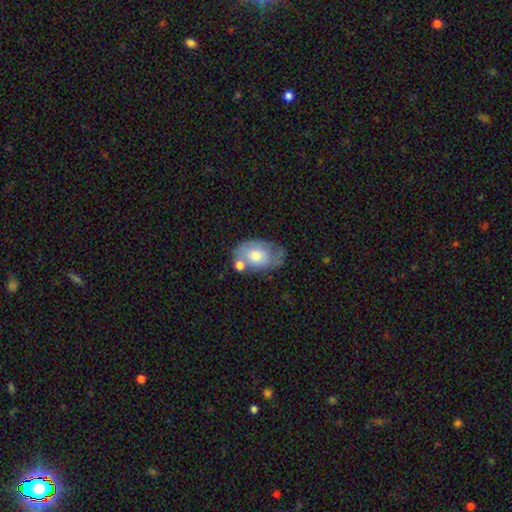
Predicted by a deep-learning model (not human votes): A smooth galaxy with no disk features (57%) that is in between round and cigar-shaped (81%).

Vote fractions:
- Smooth or featured? smooth: 57% / featured or disk: 35% / star or artifact: 7%
- How rounded? in between: 81% / round: 17% / cigar-shaped: 1%
- Merging? none: 43% / minor disturbance: 27% / merger: 20% / major disturbance: 11%